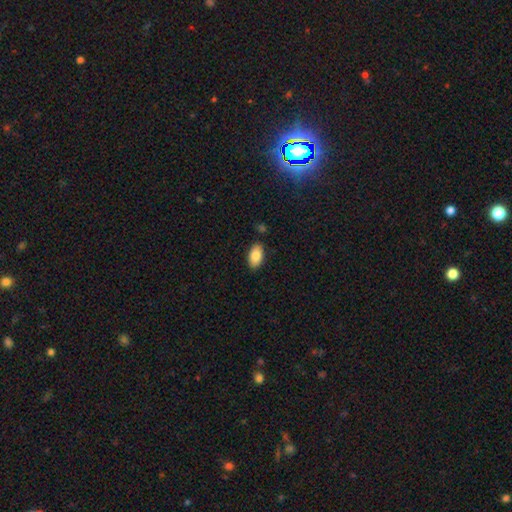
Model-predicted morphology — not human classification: smooth-or-featured: smooth: 85% | featured or disk: 8% | star or artifact: 7%
  how-rounded: in between: 94% | round: 4% | cigar-shaped: 2%
  merging: none: 85% | minor disturbance: 11% | merger: 3% | major disturbance: 2%